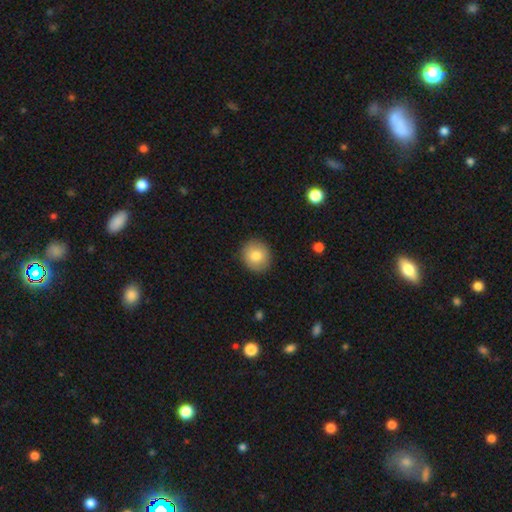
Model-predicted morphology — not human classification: A smooth galaxy with no disk features (83%) that is round (86%). Merging: none (90%).